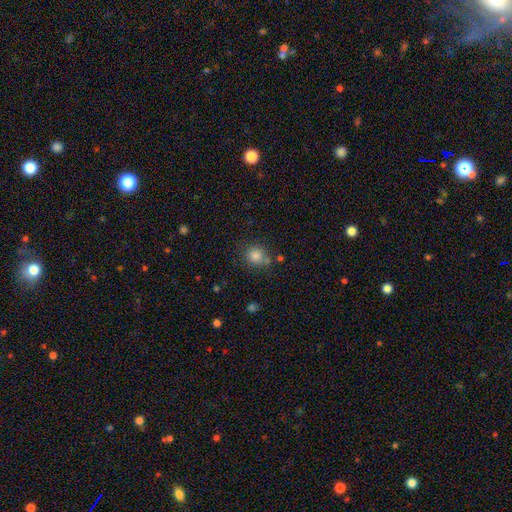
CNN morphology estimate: smooth_or_featured: smooth (p=0.82) [alt: star or artifact p=0.12]
how_rounded: round (p=0.80) [alt: in between p=0.19]
merging: none (p=0.71) [alt: minor disturbance p=0.17]